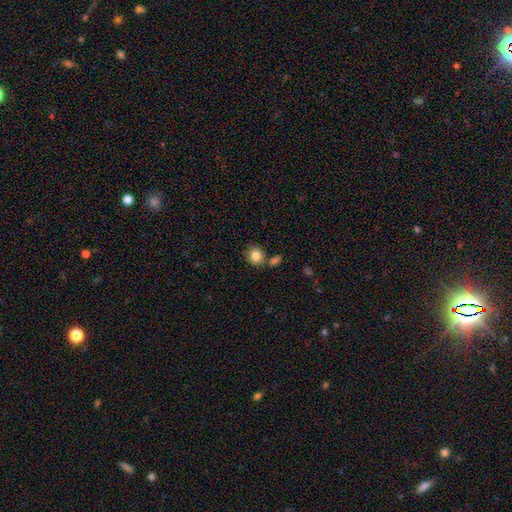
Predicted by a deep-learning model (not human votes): A smooth galaxy with no disk features (84%) that is round (69%). Merging: none (72%).